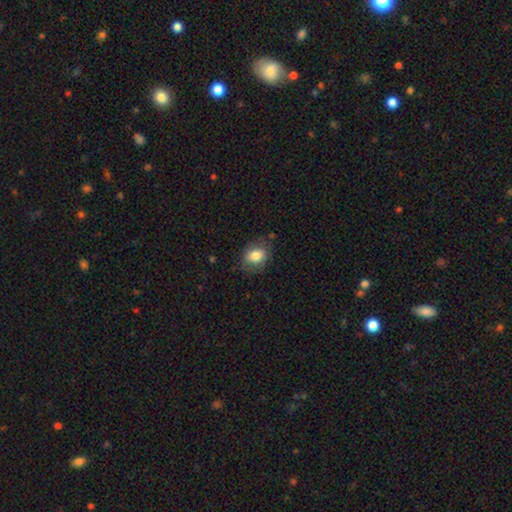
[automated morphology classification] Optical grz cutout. It shows a smooth galaxy with no disk features (79%) that is in between round and cigar-shaped (60%). Merging: none (76%).